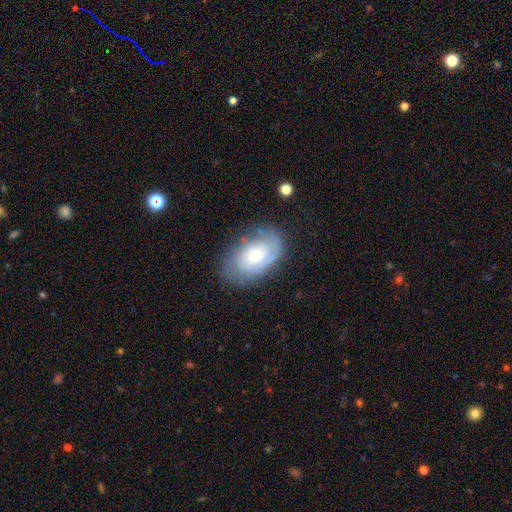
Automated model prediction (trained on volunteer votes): A featured or disk galaxy (57%) with no bar (74%), spiral arms (79%) and a moderate central bulge (51%). Merging: none (71%).